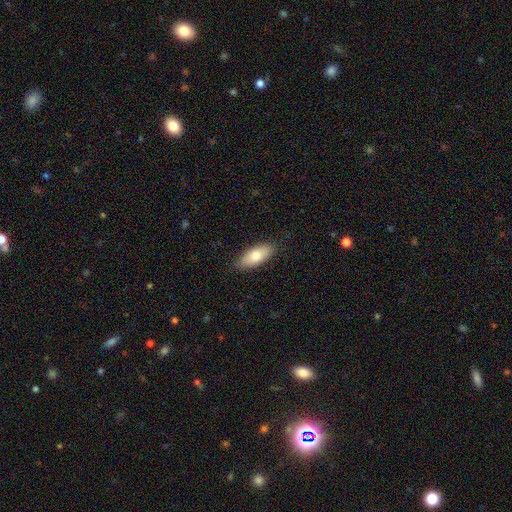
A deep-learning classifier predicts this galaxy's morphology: smooth-or-featured: smooth: 75% | featured or disk: 19% | star or artifact: 6%
  how-rounded: in between: 83% | cigar-shaped: 14% | round: 2%
  merging: none: 85% | minor disturbance: 12% | major disturbance: 2% | merger: 1%